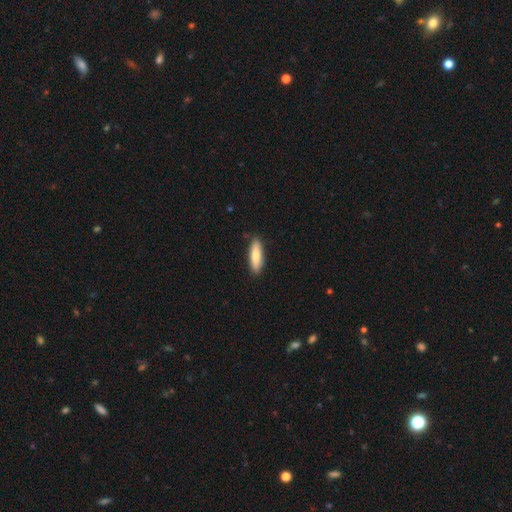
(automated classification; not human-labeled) This appears to be a smooth galaxy with no disk features (78%) that is cigar-shaped (59%). Merging: none (87%).